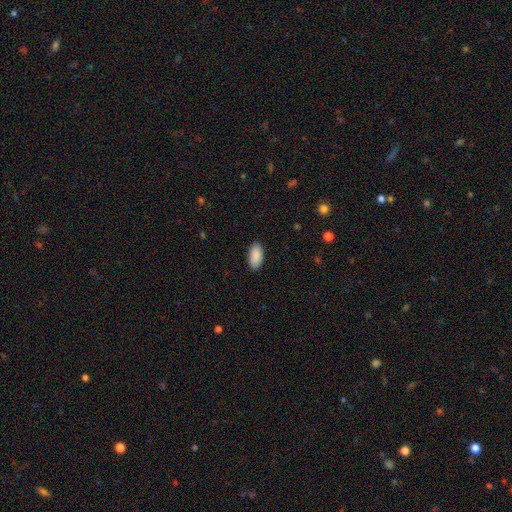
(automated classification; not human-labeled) smooth-or-featured: smooth: 91% | star or artifact: 6% | featured or disk: 3%
  how-rounded: in between: 94% | cigar-shaped: 4% | round: 2%
  merging: none: 89% | minor disturbance: 8% | major disturbance: 2% | merger: 1%